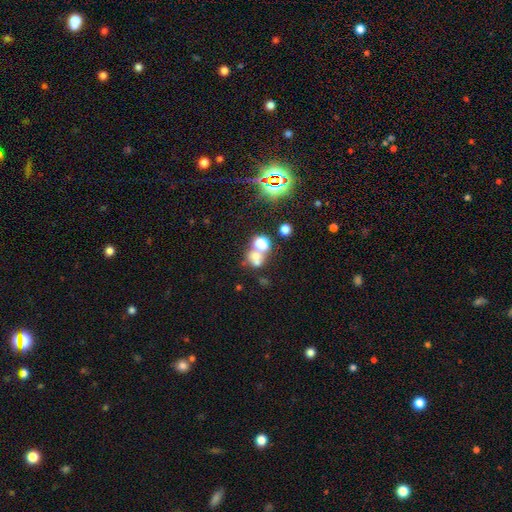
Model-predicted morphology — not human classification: type=smooth (58%); roundness=round (70%); merging=merger (51%).